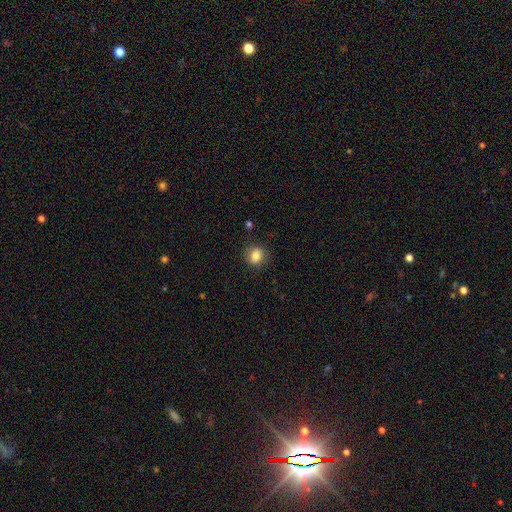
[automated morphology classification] Overall: smooth (83%). How rounded: round (58%; in between 41%). Merging: none (82%).